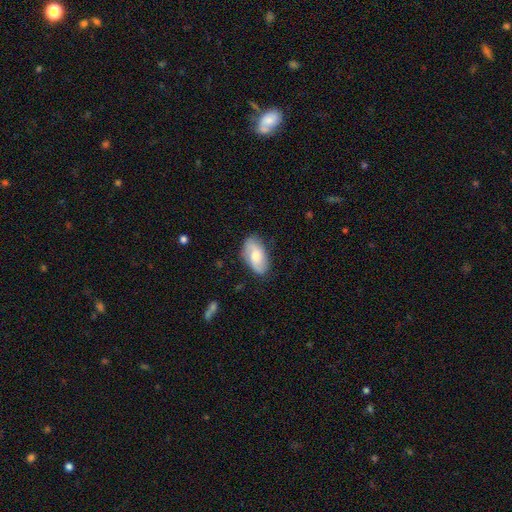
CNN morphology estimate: smooth 52%, featured or disk 42%, star or artifact 7%. Down the decision tree: how rounded — in between (93%); merging — none (76%).